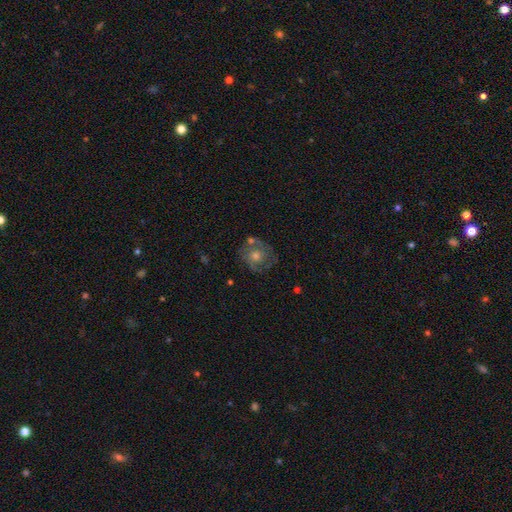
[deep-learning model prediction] Smooth or featured: featured or disk — 61% (smooth — 27%)
Edge-on disk: no — 97% (yes — 3%)
Bar: no — 82% (weak — 16%)
Spiral arms: yes — 73% (no — 27%)
Bulge size: moderate — 67% (small — 21%)
Merging: none — 71% (minor disturbance — 15%)